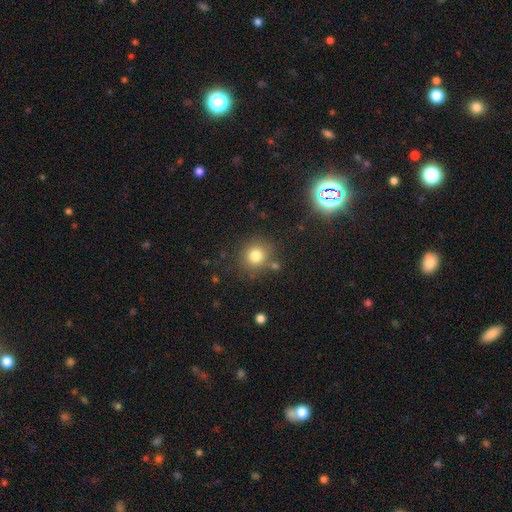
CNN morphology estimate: The model was most divided on "smooth or featured": smooth: 79%, star or artifact: 13%, featured or disk: 8%. More confident: how rounded — round (87%); merging — none (78%).